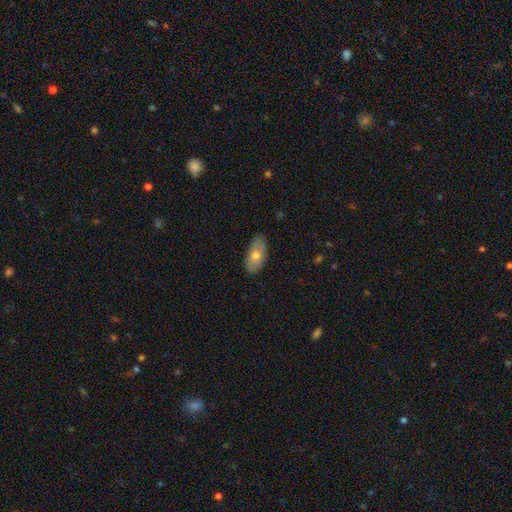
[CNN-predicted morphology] This is likely a smooth galaxy (69%). How rounded: clearly in between (92%). Merging: clearly none (82%).